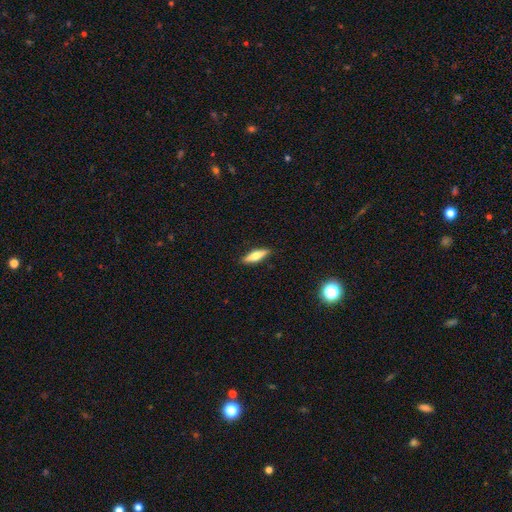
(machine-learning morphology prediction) The model was most divided on "smooth or featured": smooth: 54%, featured or disk: 39%, star or artifact: 7%. More confident: merging — none (89%); how rounded — cigar-shaped (61%).